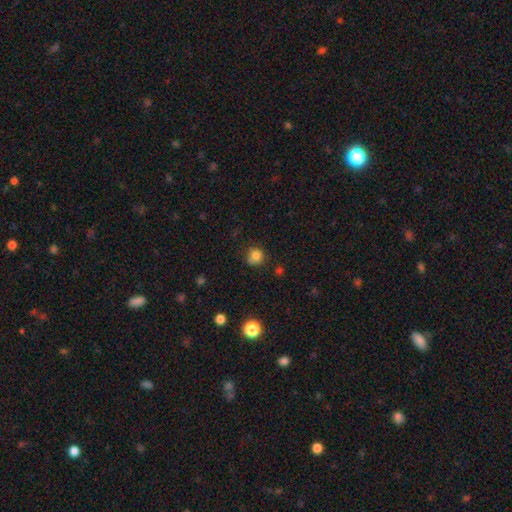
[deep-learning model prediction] Morphology: type=smooth (81%); roundness=round (88%); merging=none (74%).